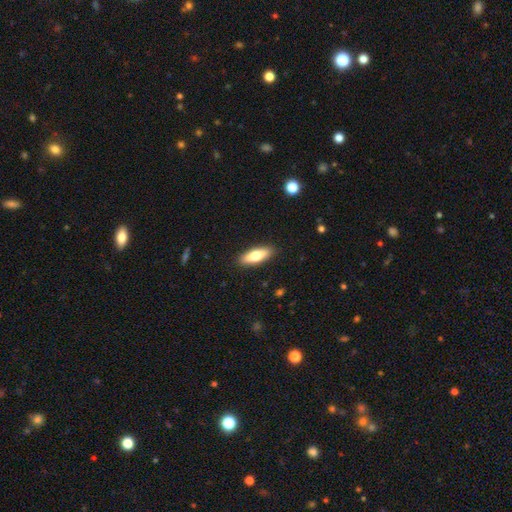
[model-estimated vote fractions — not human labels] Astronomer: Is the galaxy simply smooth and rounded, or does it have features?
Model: smooth — 68%.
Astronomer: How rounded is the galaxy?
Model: in between — 58% (runner-up: cigar-shaped, 40%).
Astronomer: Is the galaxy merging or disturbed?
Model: none — 90%.